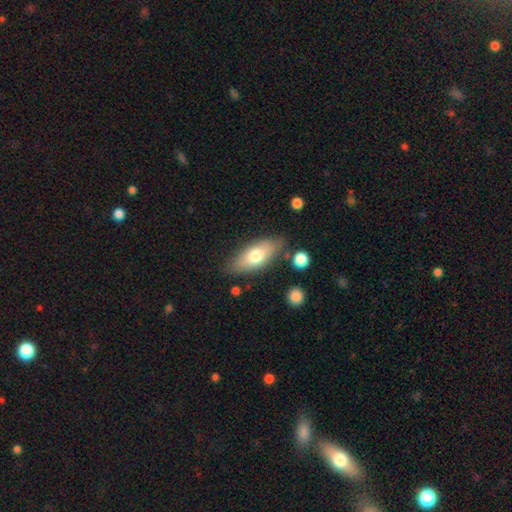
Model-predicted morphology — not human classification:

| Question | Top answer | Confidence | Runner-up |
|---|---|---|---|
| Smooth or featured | smooth | 71% | featured or disk (23%) |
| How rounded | in between | 80% | cigar-shaped (17%) |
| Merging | none | 77% | minor disturbance (15%) |